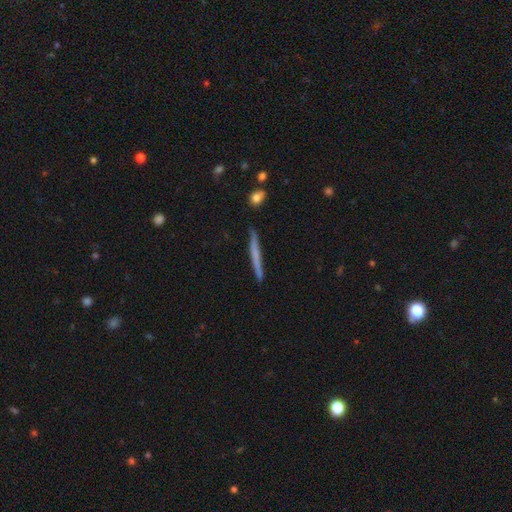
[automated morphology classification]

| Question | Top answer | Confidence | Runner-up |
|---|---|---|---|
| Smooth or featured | smooth | 51% | featured or disk (42%) |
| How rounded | cigar-shaped | 97% | in between (2%) |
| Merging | none | 89% | minor disturbance (8%) |